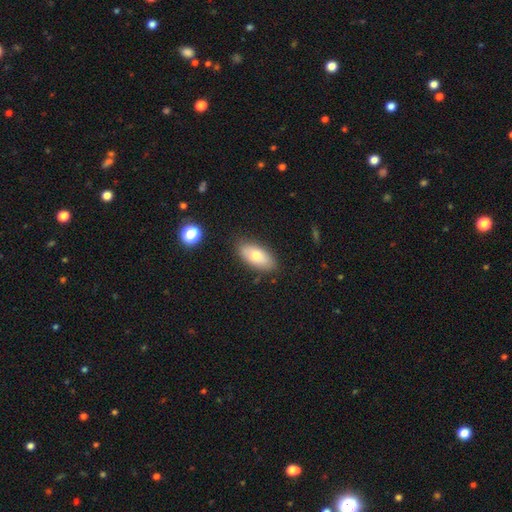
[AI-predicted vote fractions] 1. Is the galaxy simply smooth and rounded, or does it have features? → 71% smooth, 22% featured or disk, 7% star or artifact.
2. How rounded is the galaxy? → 91% in between, 6% cigar-shaped, 3% round.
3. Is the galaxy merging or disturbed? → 84% none, 12% minor disturbance, 3% major disturbance, 2% merger.